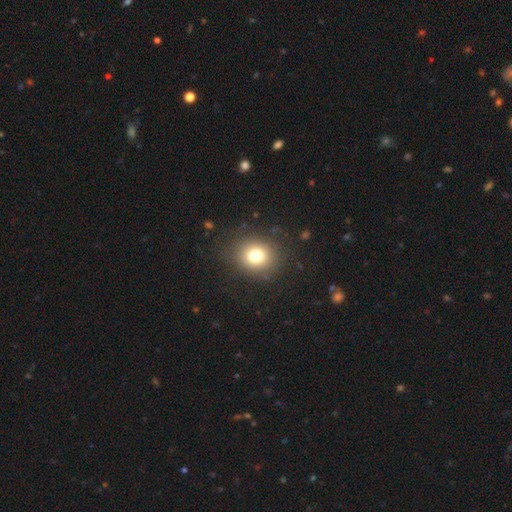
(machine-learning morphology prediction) Q: Smooth or featured?
A: smooth (76%); runner-up: star or artifact (13%)
Q: How rounded?
A: round (80%); runner-up: in between (19%)
Q: Merging?
A: none (87%); runner-up: minor disturbance (8%)